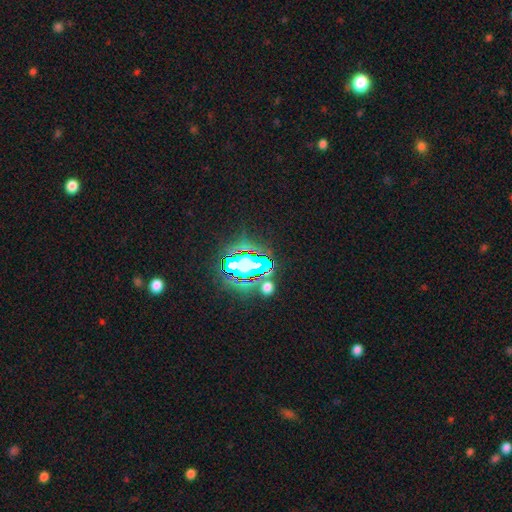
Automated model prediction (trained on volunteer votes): Q: Smooth or featured?
A: star or artifact (81%); runner-up: smooth (11%)